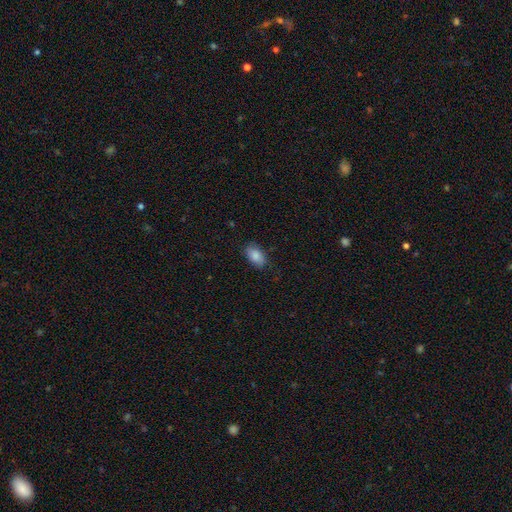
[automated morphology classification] A smooth galaxy with no disk features (86%) that is in between round and cigar-shaped (91%). Merging: none (81%).